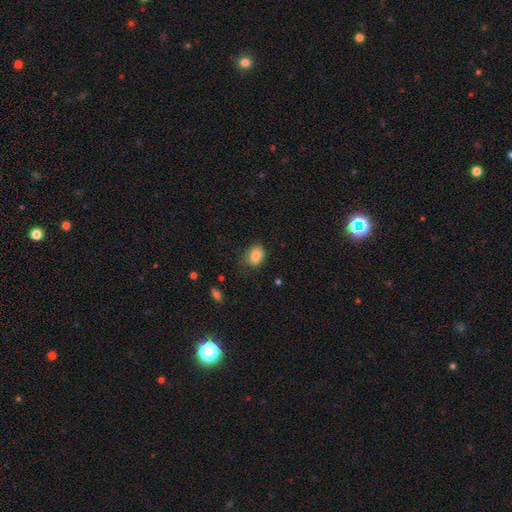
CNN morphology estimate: A smooth galaxy with no disk features (84%) that is in between round and cigar-shaped (54%). Merging: none (73%).